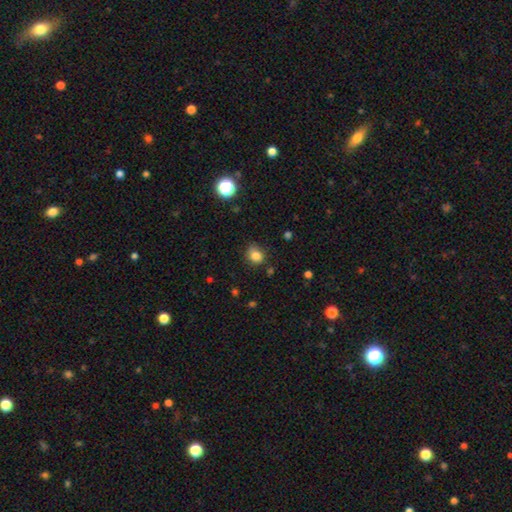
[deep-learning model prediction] Morphology: type=smooth (82%); roundness=round (66%); merging=none (71%).